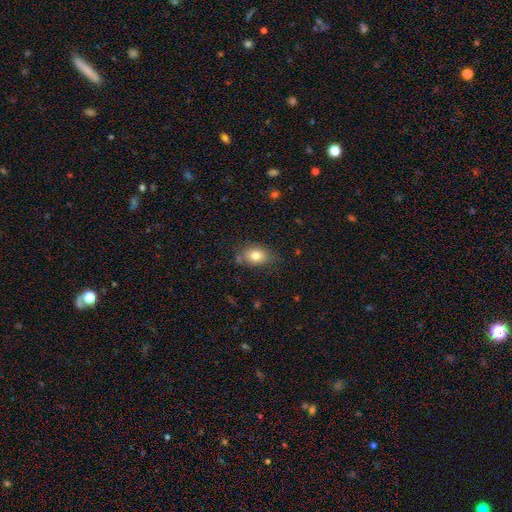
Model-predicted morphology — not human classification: Smooth or featured? smooth (80%)
How rounded? in between (78%)
Merging? none (70%)